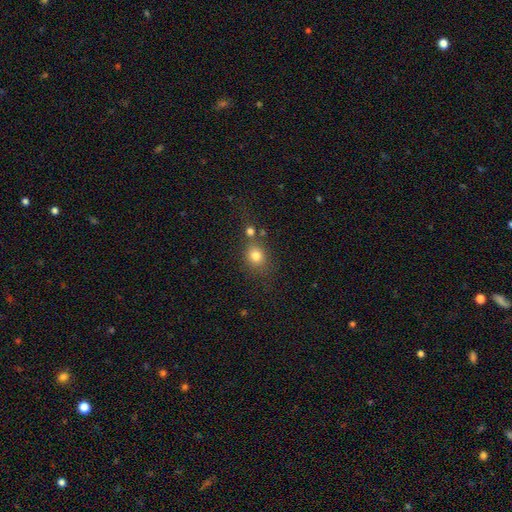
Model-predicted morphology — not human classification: Smooth or featured?
  - smooth: 79% *
  - star or artifact: 13%
  - featured or disk: 8%
How rounded?
  - round: 68% *
  - in between: 31%
  - cigar-shaped: 1%
Merging?
  - none: 61% *
  - merger: 20%
  - minor disturbance: 13%
  - major disturbance: 6%